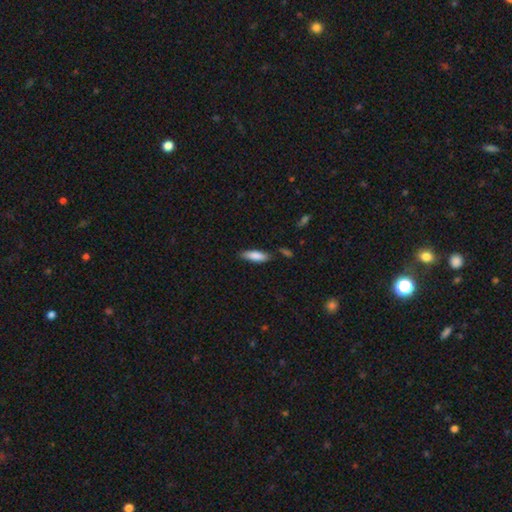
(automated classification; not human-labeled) Morphology: type=smooth (84%); roundness=in between (53%); merging=none (76%).